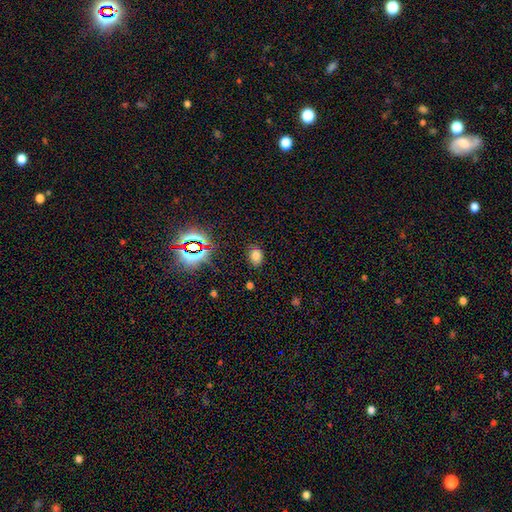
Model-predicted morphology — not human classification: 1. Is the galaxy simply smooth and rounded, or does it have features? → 72% smooth, 21% star or artifact, 7% featured or disk.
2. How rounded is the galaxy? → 69% in between, 30% round, 1% cigar-shaped.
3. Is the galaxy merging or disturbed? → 82% none, 12% minor disturbance, 4% major disturbance, 2% merger.